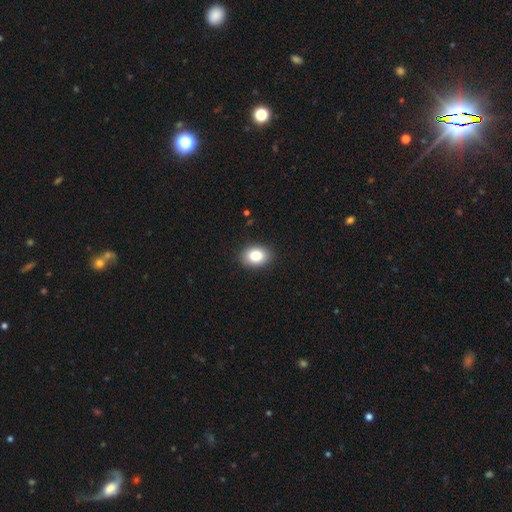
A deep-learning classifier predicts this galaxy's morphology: Overall: smooth (84%). How rounded: in between (69%; round 30%). Merging: none (88%).